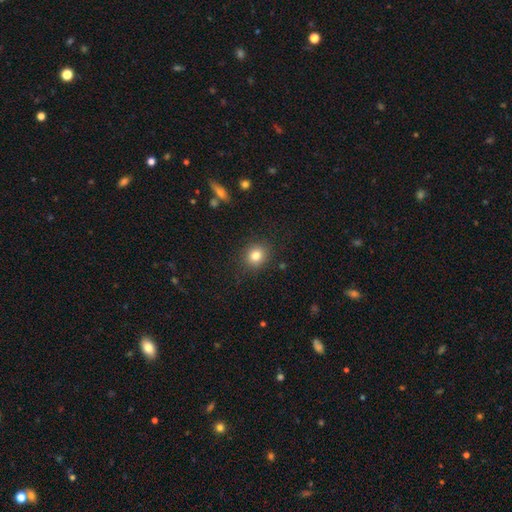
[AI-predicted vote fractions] Overall: smooth (83%). How rounded: round (80%). Merging: none (88%).